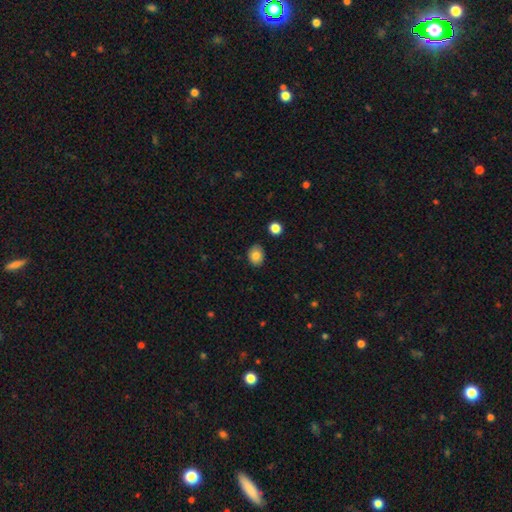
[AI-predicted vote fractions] Smooth or featured? Predicted: smooth (p=0.84). How rounded? Predicted: in between (p=0.53). Merging? Predicted: none (p=0.85).